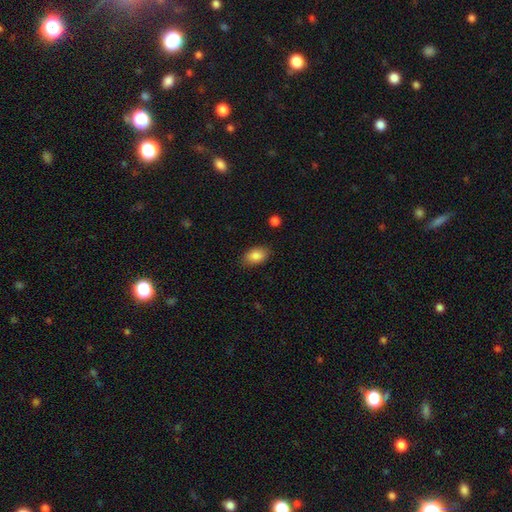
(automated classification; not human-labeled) This appears to be a smooth galaxy with no disk features (87%) that is in between round and cigar-shaped (90%). Merging: none (84%).